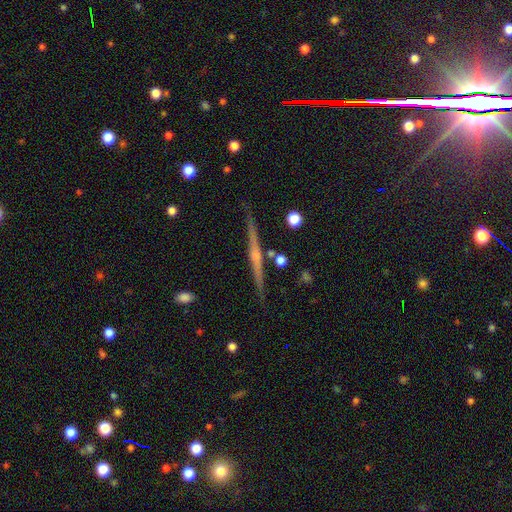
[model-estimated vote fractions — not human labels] featured or disk 75%, smooth 18%, star or artifact 7%. Down the decision tree: edge-on disk — yes (98%); edge-on bulge — rounded (59%); merging — none (88%).